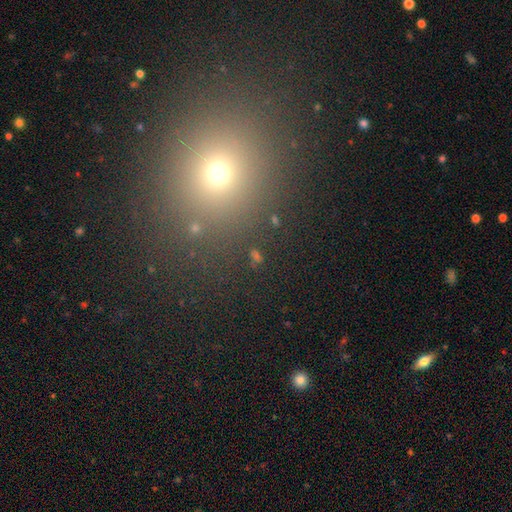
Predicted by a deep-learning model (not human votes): Morphology: type=smooth (46%); merging=none (83%).